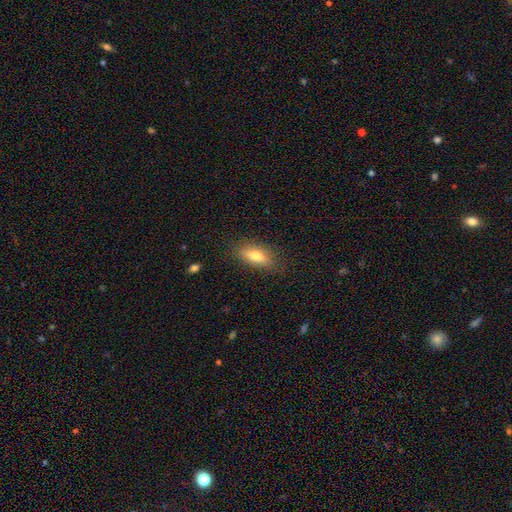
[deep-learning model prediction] Overall: smooth (71%). How rounded: in between (69%). Merging: none (82%).